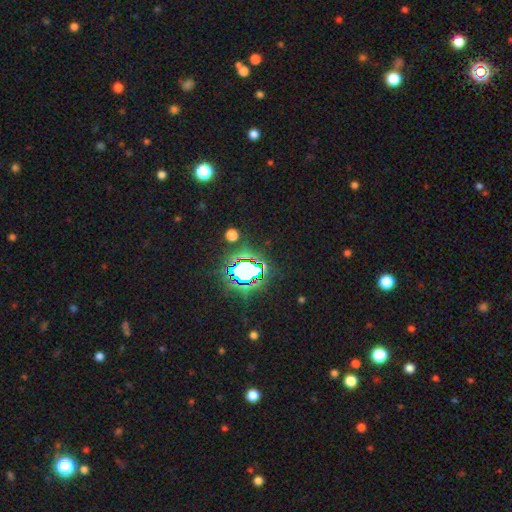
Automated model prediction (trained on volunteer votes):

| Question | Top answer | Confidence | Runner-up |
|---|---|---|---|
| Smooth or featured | star or artifact | 78% | smooth (14%) |